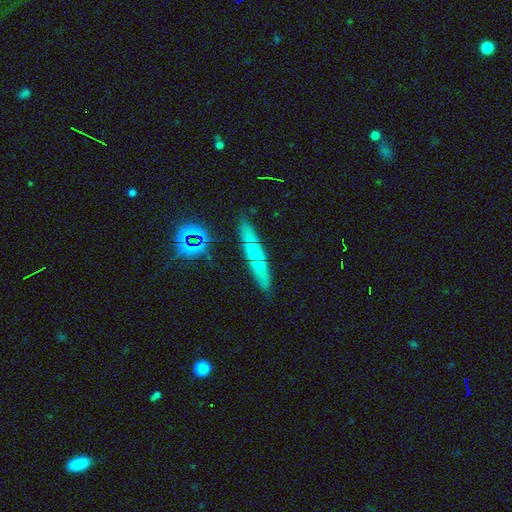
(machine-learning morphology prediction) Smooth or featured? Predicted: smooth (p=0.52). How rounded? Predicted: cigar-shaped (p=0.87). Merging? Predicted: none (p=0.82).